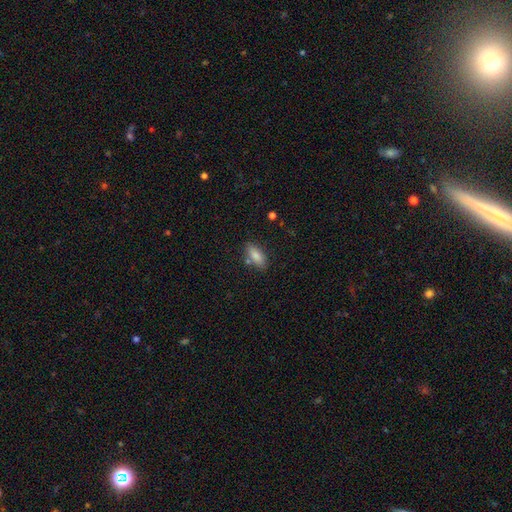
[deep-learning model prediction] The model was most divided on "merging": none: 76%, minor disturbance: 13%, merger: 7%, major disturbance: 3%. More confident: smooth or featured — smooth (84%); how rounded — in between (81%).